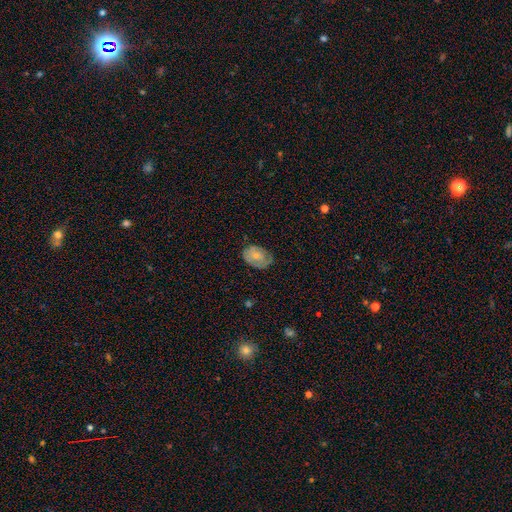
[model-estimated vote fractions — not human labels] Smooth or featured? Predicted: smooth (p=0.63). How rounded? Predicted: in between (p=0.74). Merging? Predicted: none (p=0.60).